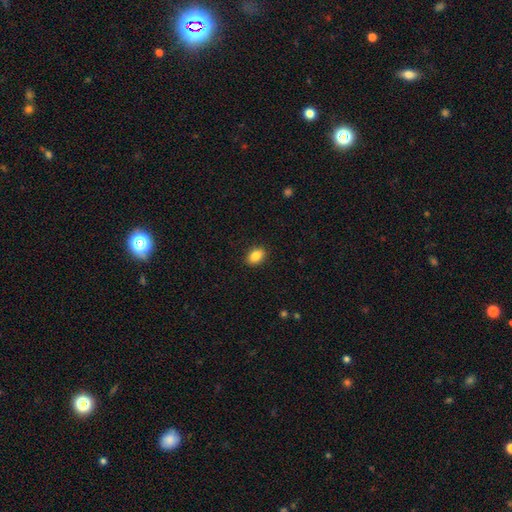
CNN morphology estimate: Smooth or featured? Predicted: smooth (p=0.86). How rounded? Predicted: in between (p=0.79). Merging? Predicted: none (p=0.89).